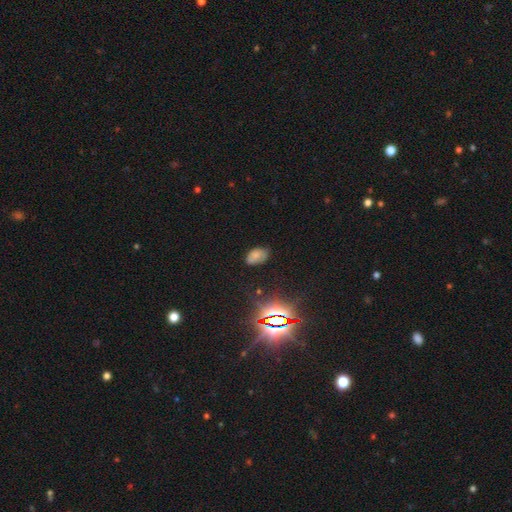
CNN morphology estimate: Smooth or featured? smooth (68%)
How rounded? in between (92%)
Merging? none (71%)